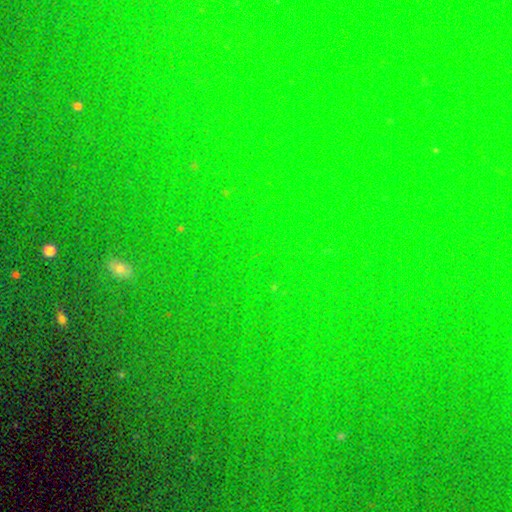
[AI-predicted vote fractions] This is likely a star or artifact rather than a galaxy (74%).